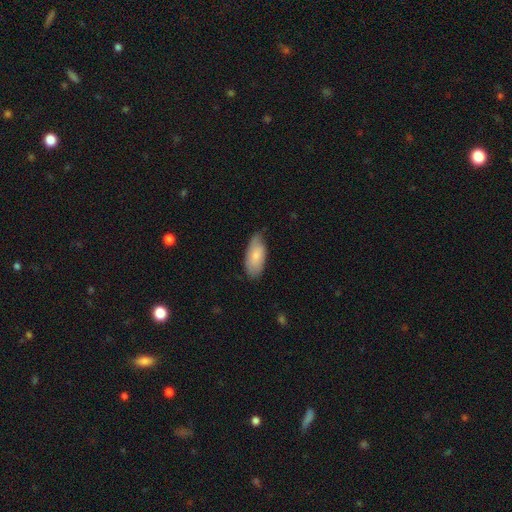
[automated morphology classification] Overall: smooth (77%). How rounded: in between (91%). Merging: none (65%; minor disturbance 30%).